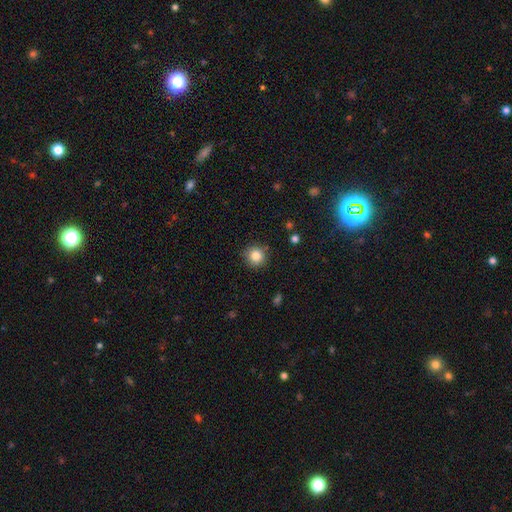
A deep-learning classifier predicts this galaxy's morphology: smooth_or_featured: smooth (p=0.84) [alt: star or artifact p=0.11]
how_rounded: round (p=0.93) [alt: in between p=0.06]
merging: none (p=0.87) [alt: minor disturbance p=0.09]